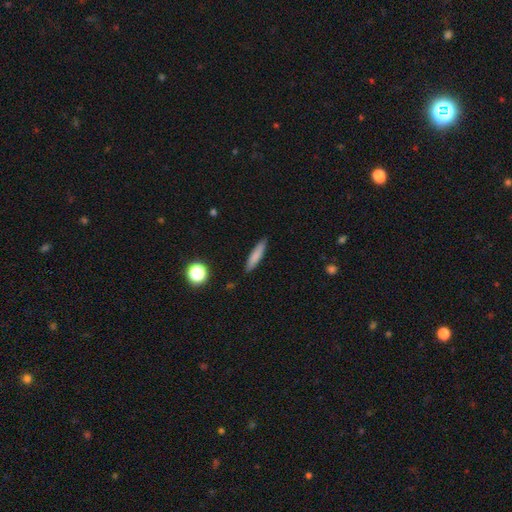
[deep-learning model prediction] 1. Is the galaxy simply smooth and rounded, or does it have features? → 79% smooth, 13% featured or disk, 8% star or artifact.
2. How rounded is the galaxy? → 83% cigar-shaped, 15% in between, 2% round.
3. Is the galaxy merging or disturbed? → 88% none, 9% minor disturbance, 2% major disturbance, 1% merger.